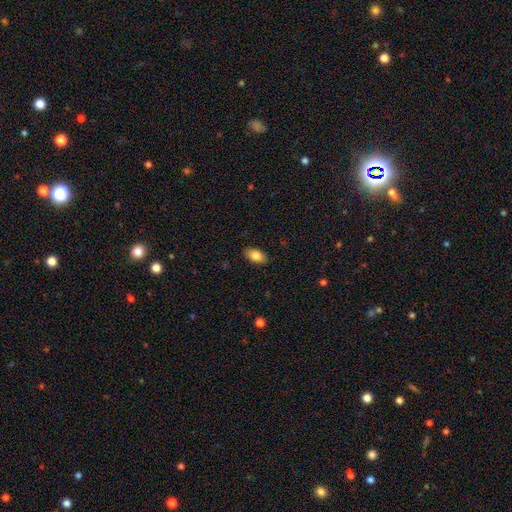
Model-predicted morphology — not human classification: A smooth galaxy with no disk features (83%) that is in between round and cigar-shaped (92%).

Vote fractions:
- Smooth or featured? smooth: 83% / featured or disk: 9% / star or artifact: 7%
- How rounded? in between: 92% / round: 4% / cigar-shaped: 3%
- Merging? none: 88% / minor disturbance: 9% / major disturbance: 2% / merger: 1%